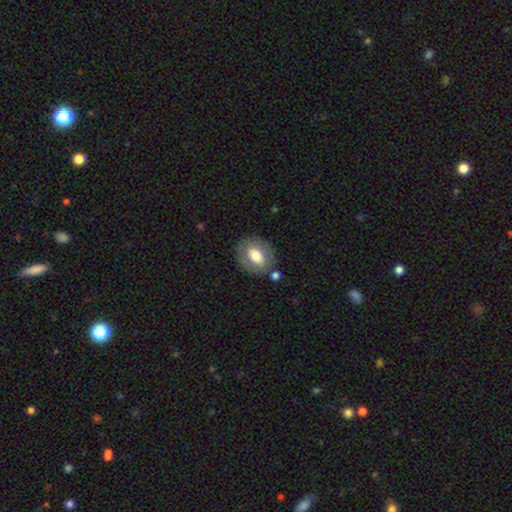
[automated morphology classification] smooth_or_featured: smooth (p=0.64) [alt: featured or disk p=0.29]
how_rounded: in between (p=0.59) [alt: round p=0.40]
merging: none (p=0.78) [alt: minor disturbance p=0.12]